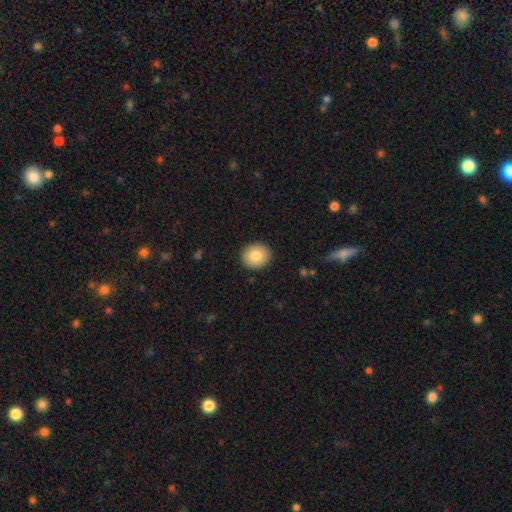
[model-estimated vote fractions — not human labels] A smooth galaxy with no disk features (83%) that is round (76%).

Vote fractions:
- Smooth or featured? smooth: 83% / featured or disk: 9% / star or artifact: 8%
- How rounded? round: 76% / in between: 23% / cigar-shaped: 1%
- Merging? none: 91% / minor disturbance: 6% / major disturbance: 2% / merger: 1%